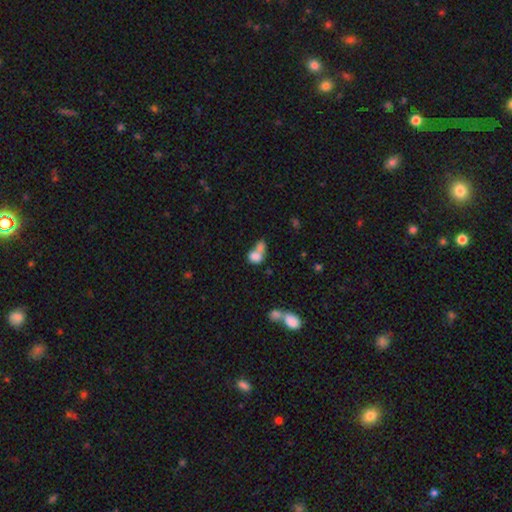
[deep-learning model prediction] Smooth or featured?
  - smooth: 78% *
  - featured or disk: 13%
  - star or artifact: 10%
How rounded?
  - in between: 57% *
  - round: 41%
  - cigar-shaped: 2%
Merging?
  - merger: 66% *
  - none: 21%
  - minor disturbance: 8%
  - major disturbance: 6%